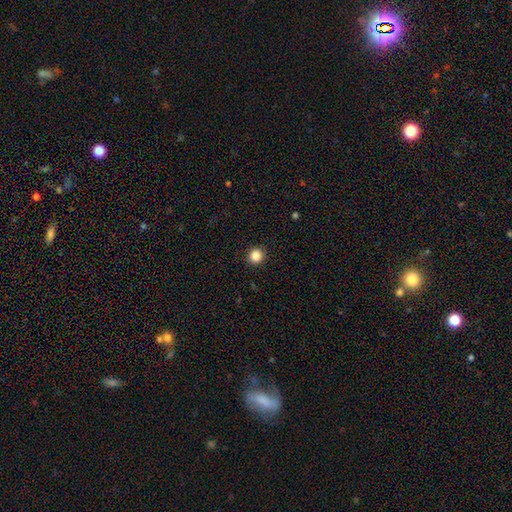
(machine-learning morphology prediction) smooth 86%, star or artifact 10%, featured or disk 4%. Down the decision tree: how rounded — round (91%); merging — none (93%).